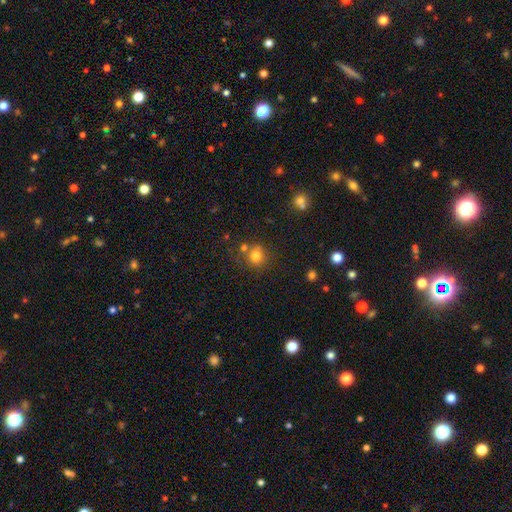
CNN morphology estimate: smooth-or-featured: smooth: 78% | star or artifact: 14% | featured or disk: 9%
  how-rounded: round: 88% | in between: 12% | cigar-shaped: 1%
  merging: none: 67% | merger: 18% | minor disturbance: 11% | major disturbance: 4%